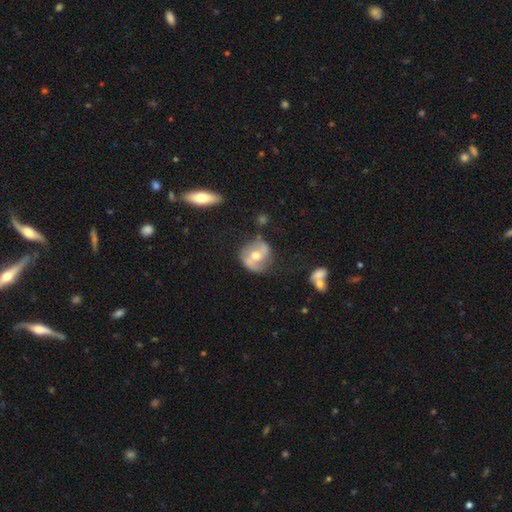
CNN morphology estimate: Smooth or featured? featured or disk (63%)
Edge-on disk? no (95%)
Bar? no (37%)
Spiral arms? yes (63%)
Bulge size? moderate (77%)
Merging? none (66%)